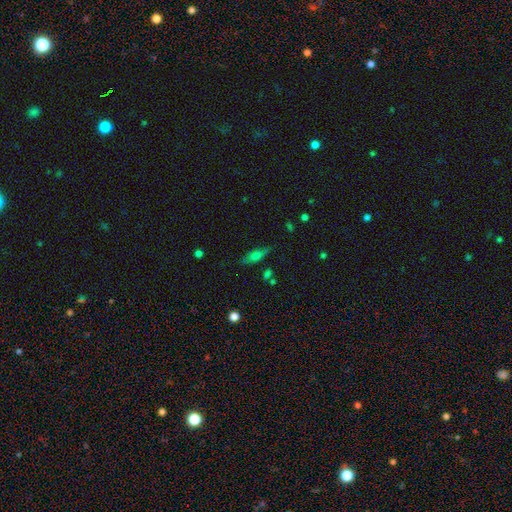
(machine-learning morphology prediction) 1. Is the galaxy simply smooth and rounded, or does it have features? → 47% smooth, 42% featured or disk, 11% star or artifact.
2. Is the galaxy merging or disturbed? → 80% none, 14% minor disturbance, 4% major disturbance, 2% merger.